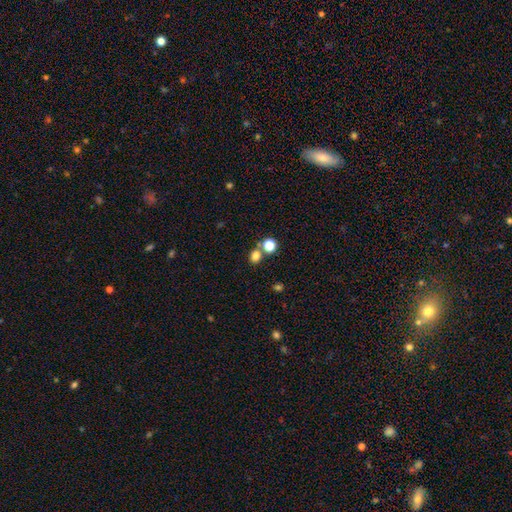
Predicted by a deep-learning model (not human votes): This is likely a smooth galaxy (78%). How rounded: likely round (66%). Merging: likely none (65%).